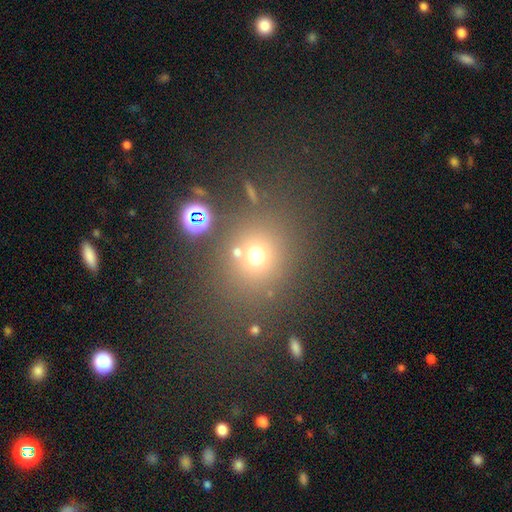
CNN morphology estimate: This is likely a smooth galaxy (68%). How rounded: clearly round (85%). Merging: likely none (73%).